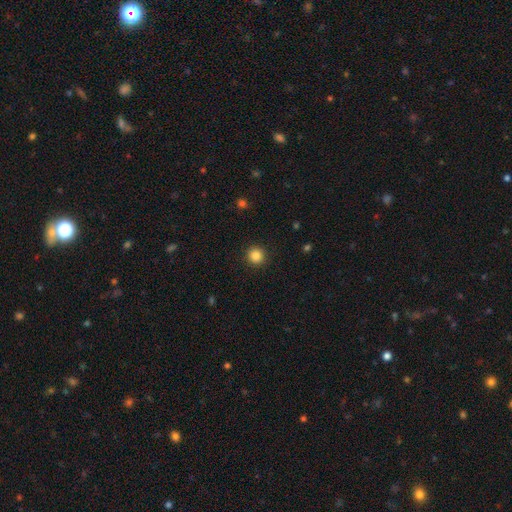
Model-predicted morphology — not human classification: The model was most divided on "smooth or featured": smooth: 86%, star or artifact: 11%, featured or disk: 3%. More confident: how rounded — round (95%); merging — none (92%).